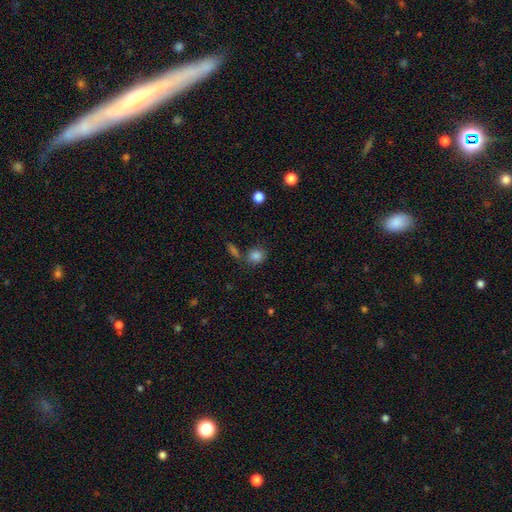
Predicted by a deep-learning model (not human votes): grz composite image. It shows a smooth galaxy with no disk features (84%) that is round (68%). Merging: none (67%).